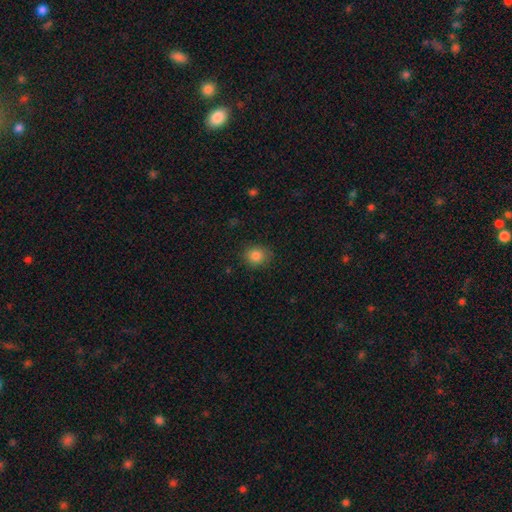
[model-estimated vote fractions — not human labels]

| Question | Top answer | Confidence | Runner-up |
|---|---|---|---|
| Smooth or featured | smooth | 84% | star or artifact (11%) |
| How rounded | round | 78% | in between (22%) |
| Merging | none | 86% | minor disturbance (10%) |